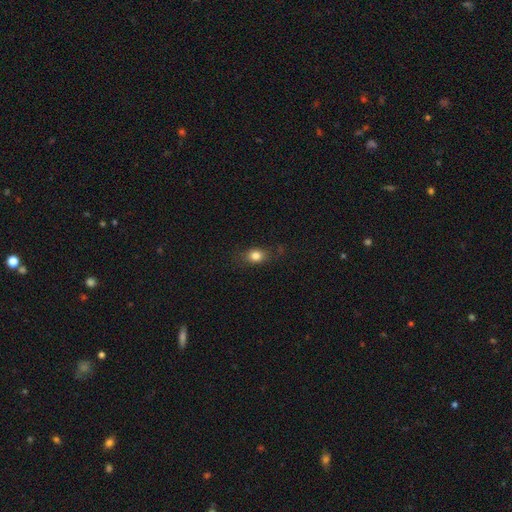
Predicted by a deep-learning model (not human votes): The model was most divided on "how rounded": in between: 53%, round: 45%, cigar-shaped: 2%. More confident: smooth or featured — smooth (82%); merging — none (78%).